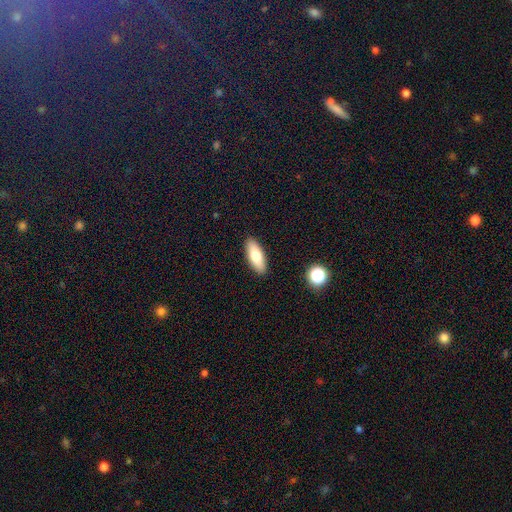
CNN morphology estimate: This is likely a smooth galaxy (77%). How rounded: likely in between (71%). Merging: clearly none (90%).